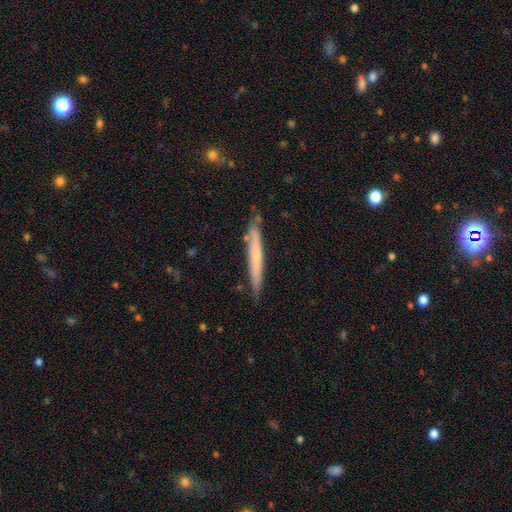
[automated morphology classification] Smooth or featured? smooth (49%)
Merging? none (82%)